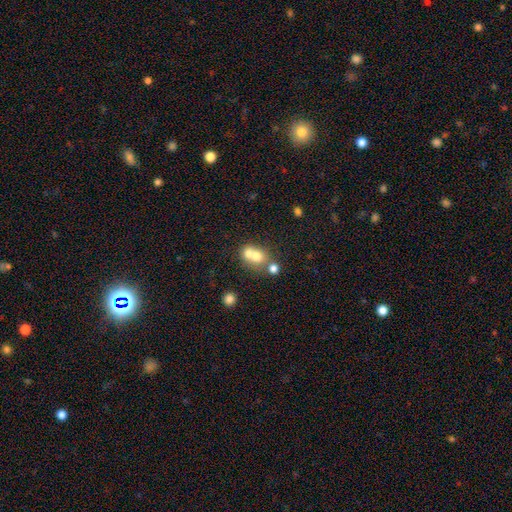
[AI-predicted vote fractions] A smooth galaxy with no disk features (67%) that is round (67%).

Vote fractions:
- Smooth or featured? smooth: 67% / featured or disk: 21% / star or artifact: 12%
- How rounded? round: 67% / in between: 32% / cigar-shaped: 1%
- Merging? merger: 64% / none: 27% / minor disturbance: 6% / major disturbance: 3%